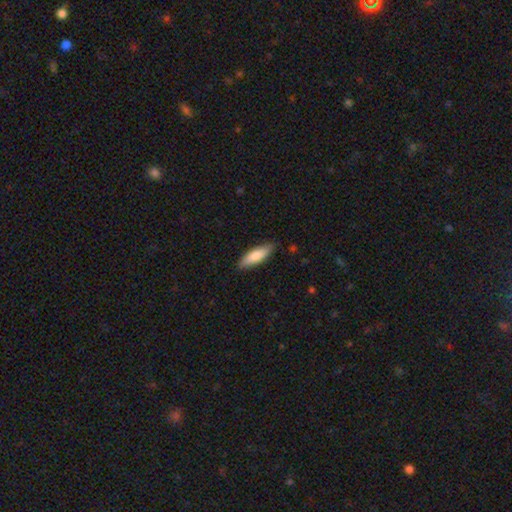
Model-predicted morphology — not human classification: This is clearly a smooth galaxy (81%). How rounded: possibly cigar-shaped (51%). Merging: clearly none (84%).